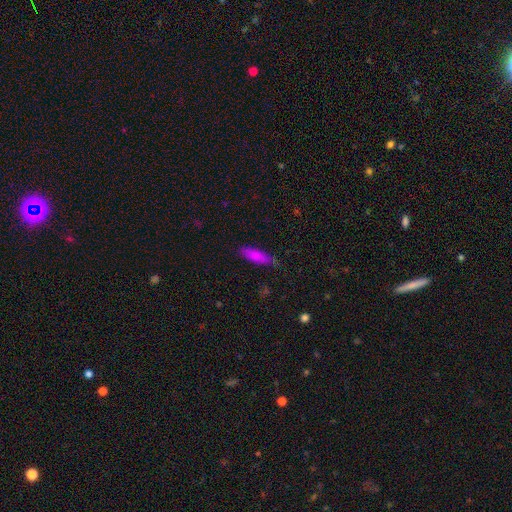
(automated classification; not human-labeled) The model was most divided on "how rounded": cigar-shaped: 58%, in between: 40%, round: 2%. More confident: smooth or featured — smooth (81%); merging — none (68%).